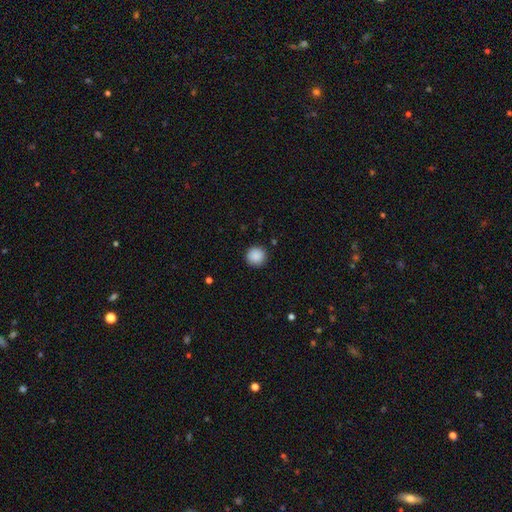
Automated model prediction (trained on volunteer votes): Smooth or featured? Predicted: smooth (p=0.89). How rounded? Predicted: round (p=0.95). Merging? Predicted: none (p=0.90).